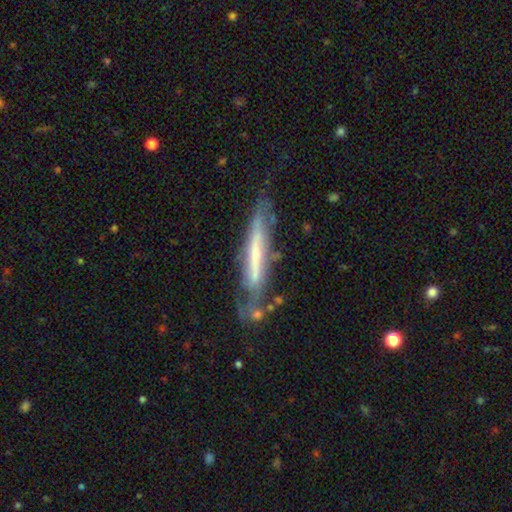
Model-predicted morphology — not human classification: Smooth or featured? featured or disk (62%)
Edge-on disk? yes (74%)
Merging? none (59%)